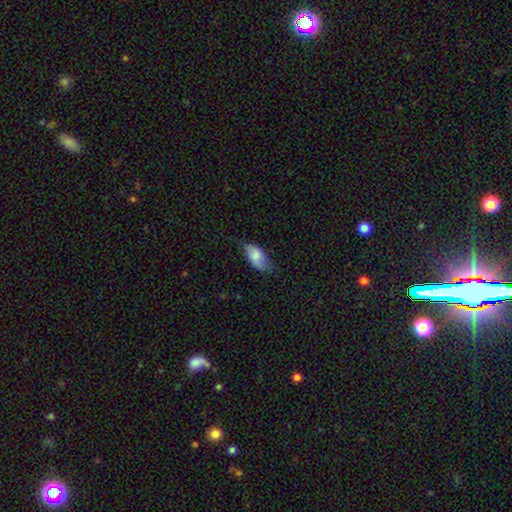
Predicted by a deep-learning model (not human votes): A smooth galaxy with no disk features (73%) that is in between round and cigar-shaped (91%). Merging: none (61%).